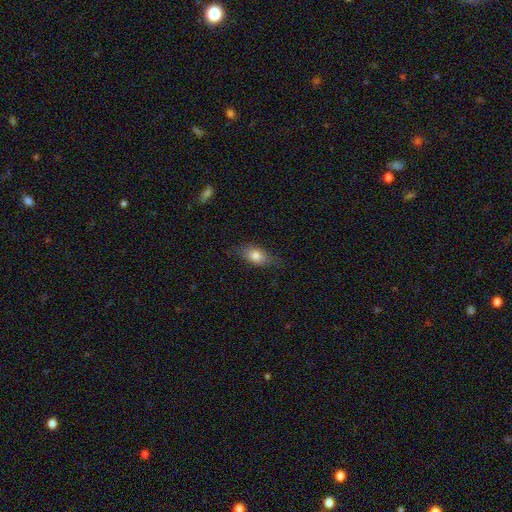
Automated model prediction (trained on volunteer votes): The model was most divided on "merging": none: 74%, minor disturbance: 20%, major disturbance: 5%, merger: 1%. More confident: how rounded — in between (81%); smooth or featured — smooth (76%).